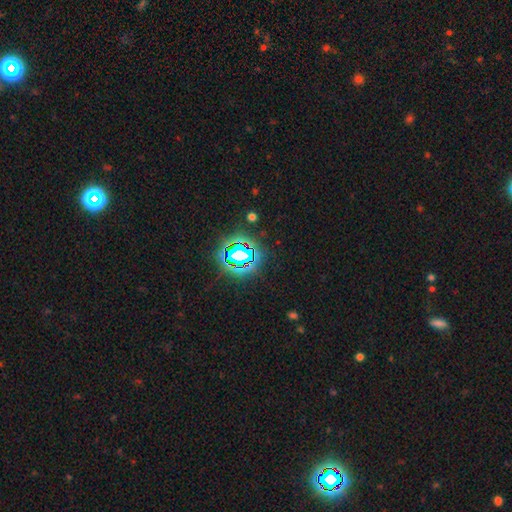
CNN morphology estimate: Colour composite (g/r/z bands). It shows a star or artifact, not a galaxy (80%).